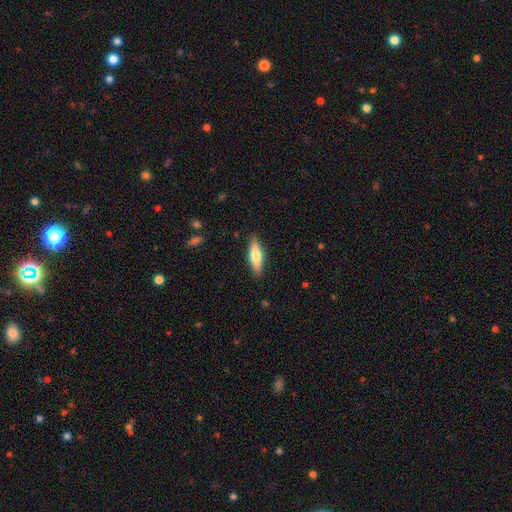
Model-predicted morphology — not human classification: Smooth or featured: smooth — 57% (featured or disk — 37%)
How rounded: cigar-shaped — 60% (in between — 38%)
Merging: none — 87% (minor disturbance — 9%)